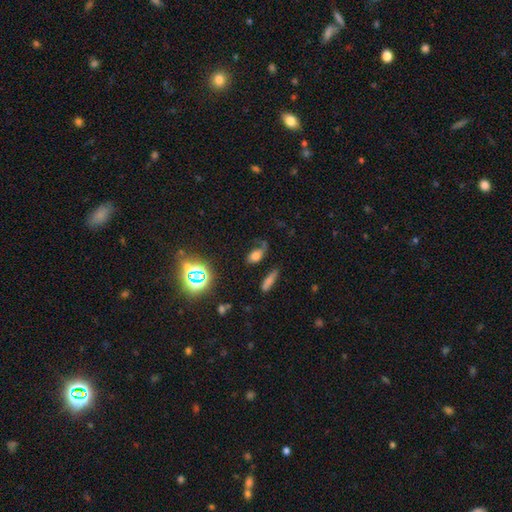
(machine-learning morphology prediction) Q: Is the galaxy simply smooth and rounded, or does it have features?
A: smooth — 58%.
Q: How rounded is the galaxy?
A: in between — 75%.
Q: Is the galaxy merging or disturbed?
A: none — 45%.